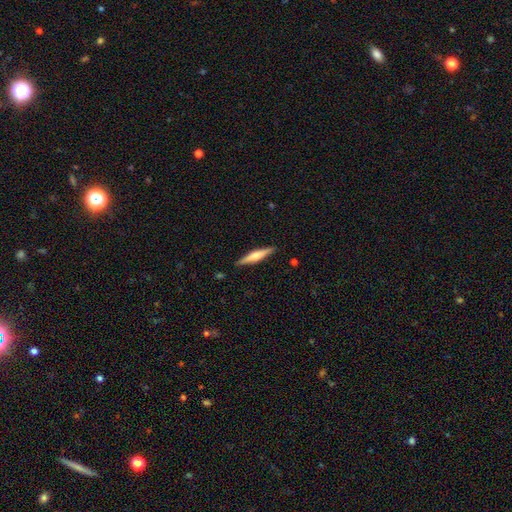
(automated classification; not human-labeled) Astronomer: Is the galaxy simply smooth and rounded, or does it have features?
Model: featured or disk — 57% (runner-up: smooth, 37%).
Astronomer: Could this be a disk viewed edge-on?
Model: yes — 97%.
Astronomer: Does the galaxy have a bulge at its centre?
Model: rounded — 82%.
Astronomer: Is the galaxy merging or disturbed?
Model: none — 90%.